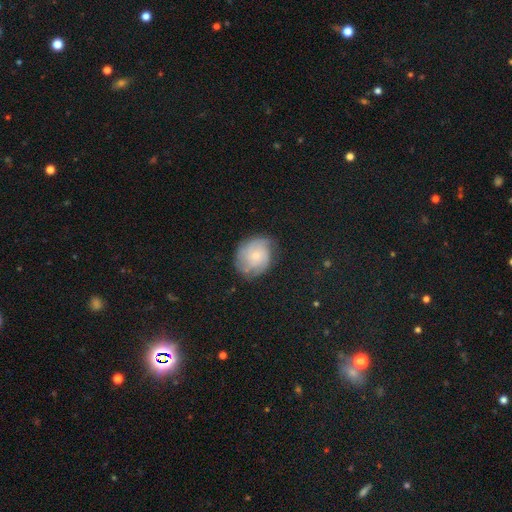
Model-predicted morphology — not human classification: Q: Smooth or featured?
A: featured or disk (52%); runner-up: smooth (39%)
Q: Edge-on disk?
A: no (97%); runner-up: yes (3%)
Q: Bar?
A: no (80%); runner-up: weak (17%)
Q: Spiral arms?
A: yes (86%); runner-up: no (14%)
Q: Bulge size?
A: small (65%); runner-up: moderate (27%)
Q: Merging?
A: none (68%); runner-up: minor disturbance (23%)